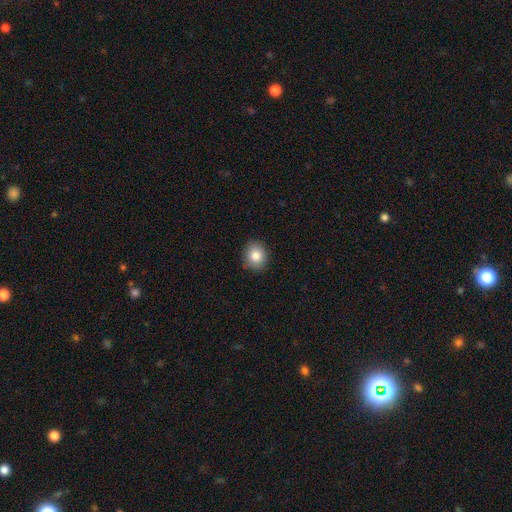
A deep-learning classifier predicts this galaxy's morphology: This appears to be a smooth galaxy with no disk features (84%) that is round (71%). Merging: none (88%).